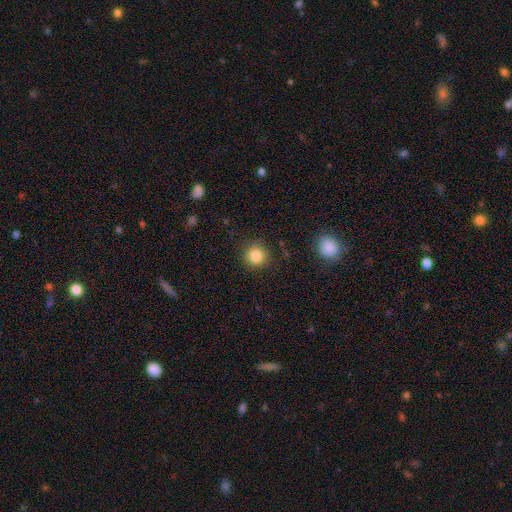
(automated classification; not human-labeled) Smooth or featured? Predicted: smooth (p=0.84). How rounded? Predicted: round (p=0.92). Merging? Predicted: none (p=0.87).